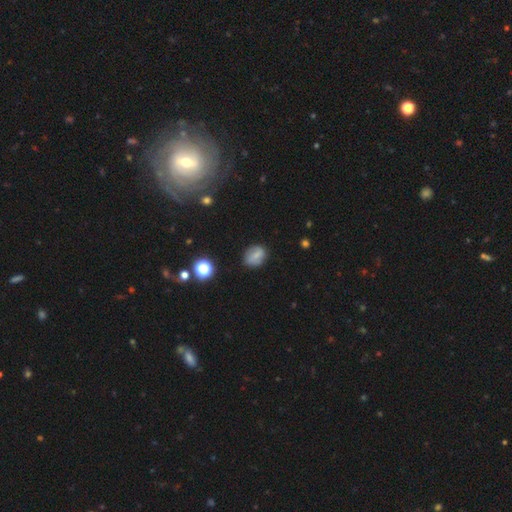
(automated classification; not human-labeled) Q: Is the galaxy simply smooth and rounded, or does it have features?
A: smooth — 70%.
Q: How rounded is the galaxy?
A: in between — 60%.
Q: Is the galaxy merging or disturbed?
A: none — 75%.